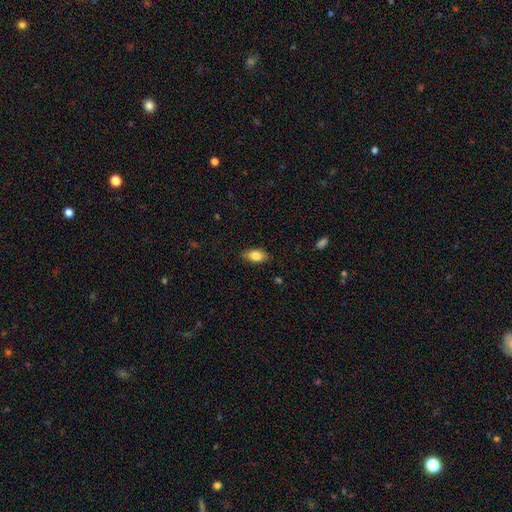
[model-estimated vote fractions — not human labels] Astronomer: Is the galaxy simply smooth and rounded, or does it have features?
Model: smooth — 83%.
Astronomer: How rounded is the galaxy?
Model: in between — 90%.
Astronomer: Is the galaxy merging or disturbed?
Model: none — 86%.